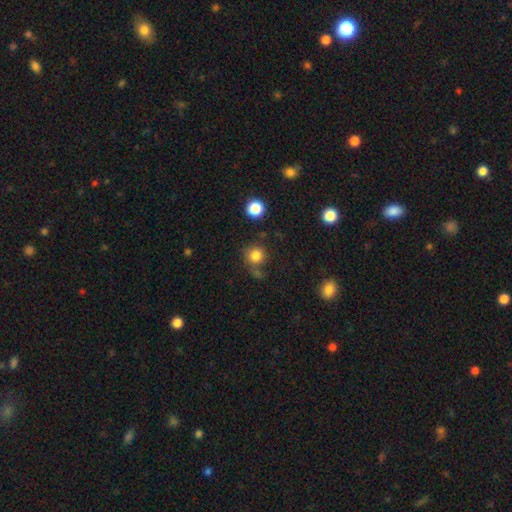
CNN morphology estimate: The model was most divided on "merging": none: 70%, minor disturbance: 13%, merger: 11%, major disturbance: 6%. More confident: how rounded — round (92%); smooth or featured — smooth (82%).